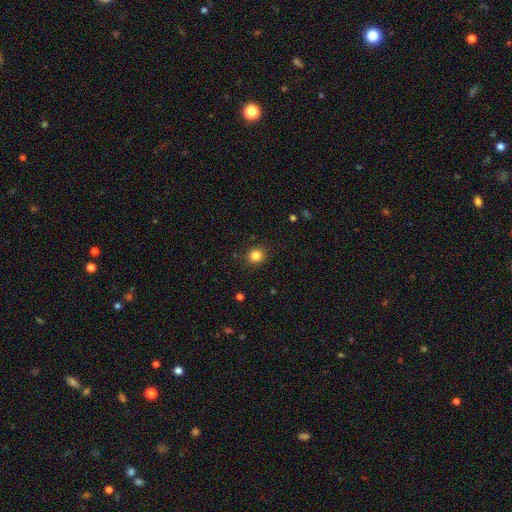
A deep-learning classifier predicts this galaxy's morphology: Overall: smooth (83%). How rounded: round (80%). Merging: none (89%).